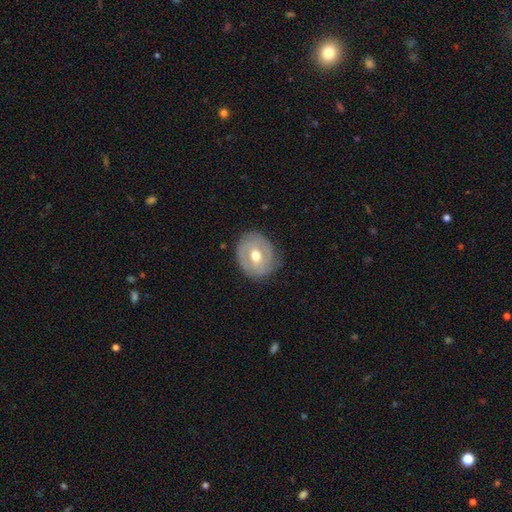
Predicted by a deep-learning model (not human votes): Morphology: type=featured or disk (58%); edge-on=no (95%); bar=no (44%); spiral arms=yes (54%); bulge=moderate (79%); merging=none (79%).